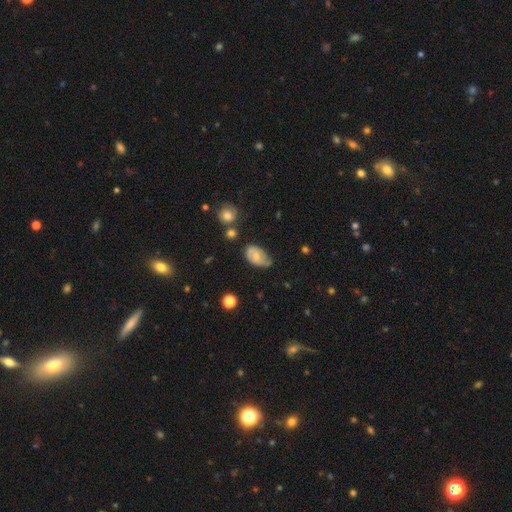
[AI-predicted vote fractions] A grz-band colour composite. It shows a smooth galaxy with no disk features (46%, tied with featured or disk). Merging: none (47%).